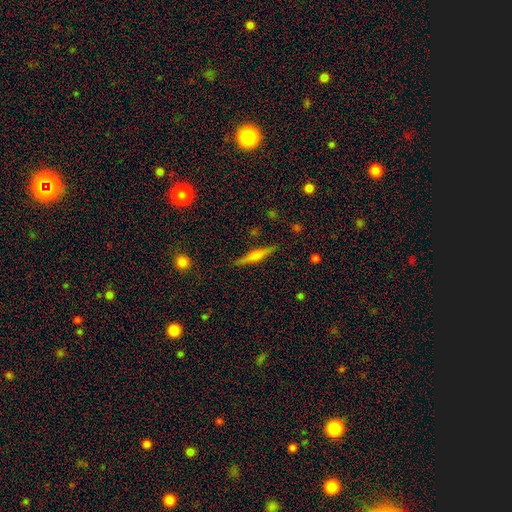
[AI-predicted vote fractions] A smooth galaxy with no disk features (47%).

Vote fractions:
- Smooth or featured? smooth: 47% / featured or disk: 45% / star or artifact: 8%
- Merging? none: 87% / minor disturbance: 9% / major disturbance: 2% / merger: 2%